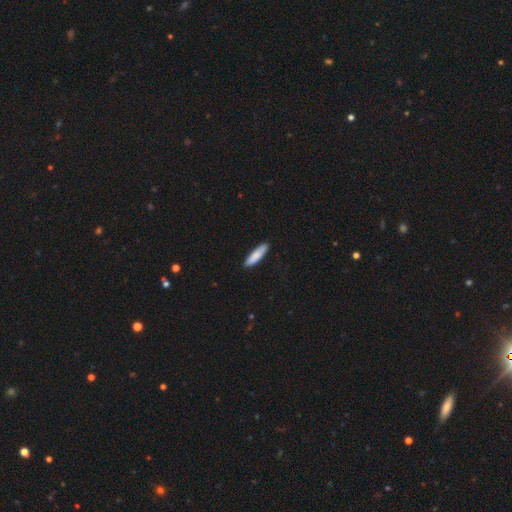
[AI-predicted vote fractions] This is clearly a smooth galaxy (85%). How rounded: likely cigar-shaped (75%). Merging: clearly none (89%).